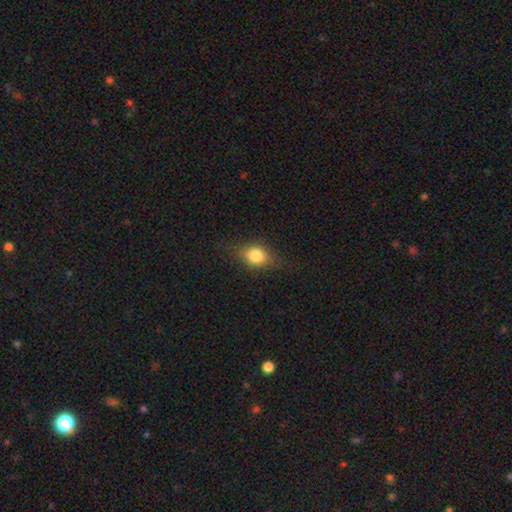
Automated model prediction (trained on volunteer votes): smooth_or_featured: smooth (p=0.79) [alt: featured or disk p=0.11]
how_rounded: in between (p=0.58) [alt: round p=0.39]
merging: none (p=0.77) [alt: minor disturbance p=0.17]